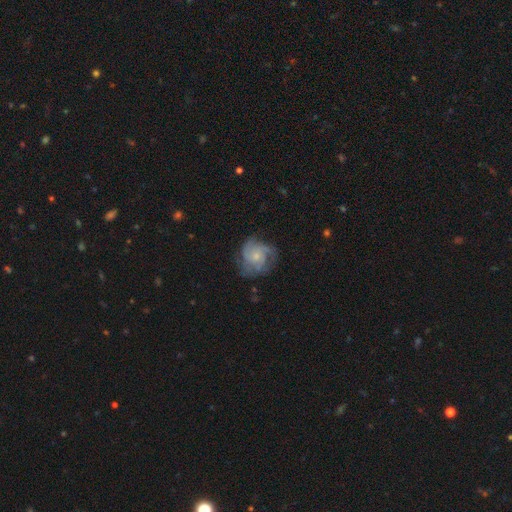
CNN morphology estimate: smooth-or-featured: featured or disk: 71% | smooth: 22% | star or artifact: 7%
  disk-edge-on: no: 98% | yes: 2%
    bar: no: 79% | weak: 19% | strong: 2%
    has-spiral-arms: yes: 90% | no: 10%
      spiral-winding: medium: 45% | tight: 40% | loose: 16%
      spiral-arm-count: 3: 42% | can't tell: 21% | 2: 15% | 4: 12% | 1: 5% | more than 4: 5%
    bulge-size: small: 62% | moderate: 30% | none: 5% | large: 2% | dominant: 1%
  merging: none: 62% | minor disturbance: 23% | major disturbance: 13% | merger: 1%